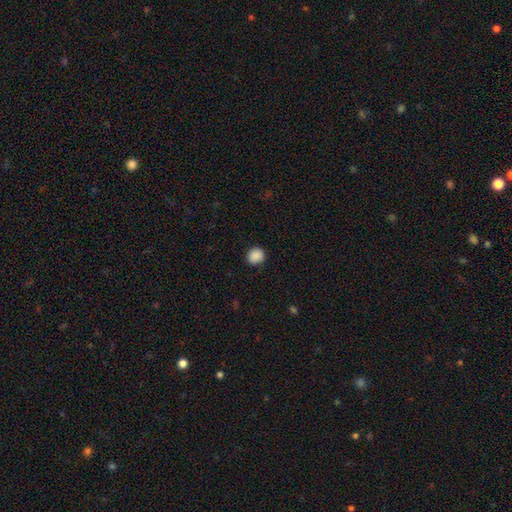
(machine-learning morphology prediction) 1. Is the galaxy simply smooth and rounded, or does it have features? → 89% smooth, 9% star or artifact, 3% featured or disk.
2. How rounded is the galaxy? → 86% round, 14% in between, 1% cigar-shaped.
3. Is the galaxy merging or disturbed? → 87% none, 9% minor disturbance, 2% major disturbance, 1% merger.